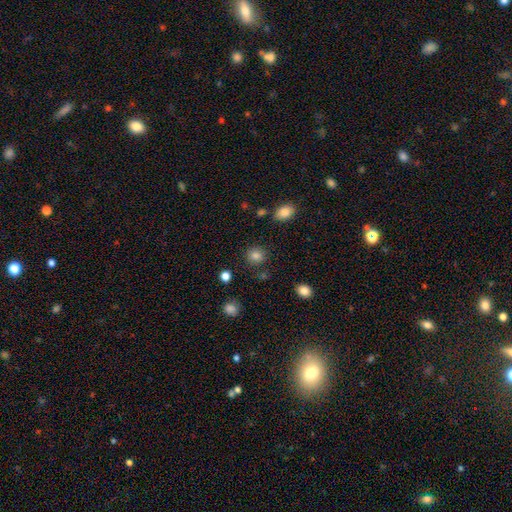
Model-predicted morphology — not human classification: A smooth galaxy with no disk features (84%) that is round (87%).

Vote fractions:
- Smooth or featured? smooth: 84% / star or artifact: 11% / featured or disk: 5%
- How rounded? round: 87% / in between: 12% / cigar-shaped: 1%
- Merging? none: 87% / minor disturbance: 8% / major disturbance: 3% / merger: 3%